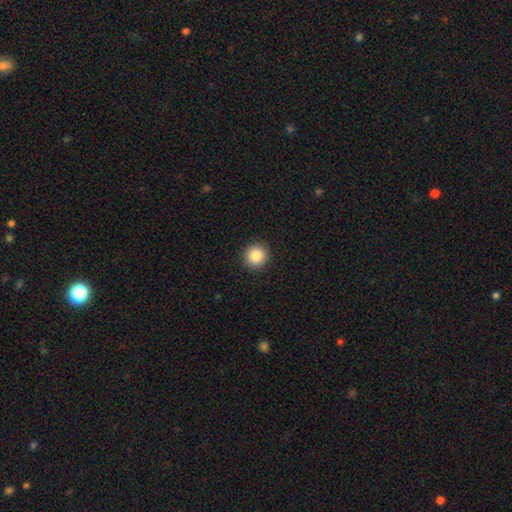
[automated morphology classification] The model was most divided on "smooth or featured": smooth: 86%, star or artifact: 9%, featured or disk: 5%. More confident: how rounded — round (94%); merging — none (93%).